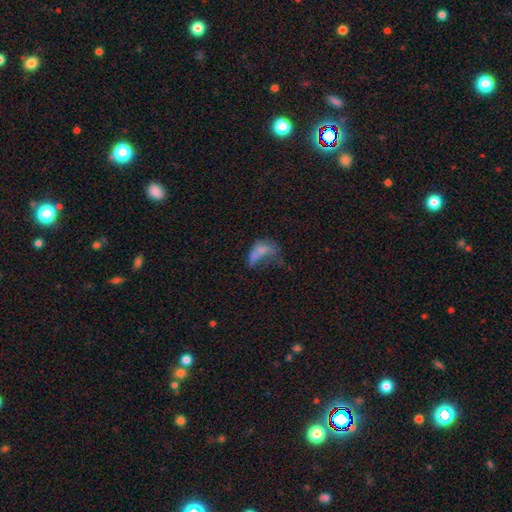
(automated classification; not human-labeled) This is possibly a smooth galaxy (48%). Merging: marginally major disturbance (38%).